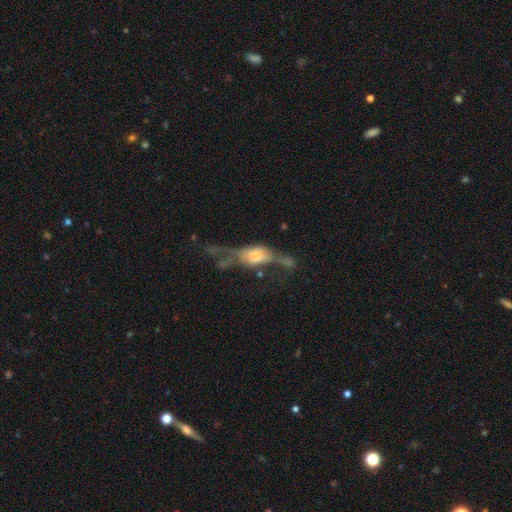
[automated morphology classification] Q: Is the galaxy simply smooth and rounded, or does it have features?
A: featured or disk — 62%.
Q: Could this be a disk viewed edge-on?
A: yes — 60%.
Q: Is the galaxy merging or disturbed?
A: major disturbance — 41%.